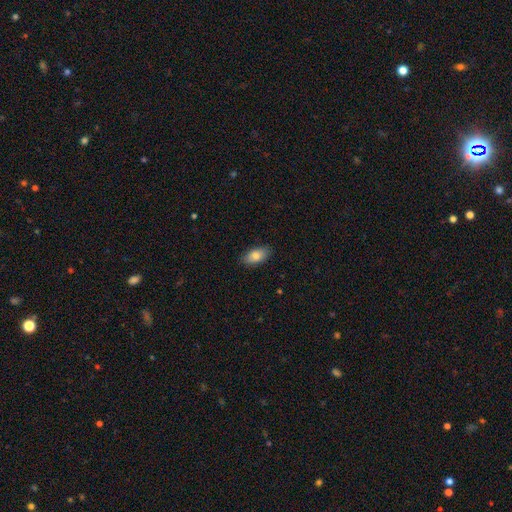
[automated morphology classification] This appears to be a smooth galaxy with no disk features (78%) that is in between round and cigar-shaped (90%). Merging: none (87%).